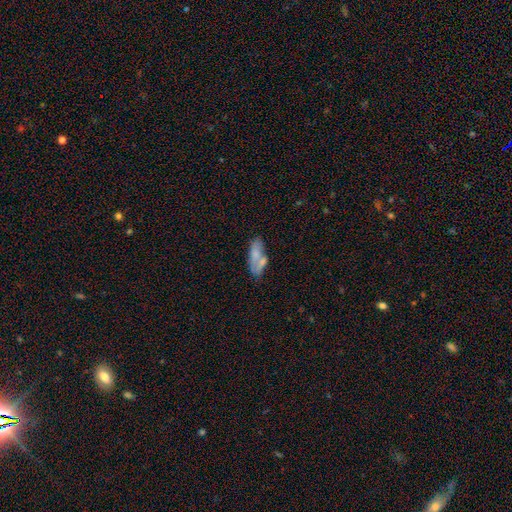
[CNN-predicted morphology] This is likely a smooth galaxy (65%). How rounded: likely in between (71%). Merging: possibly none (47%).